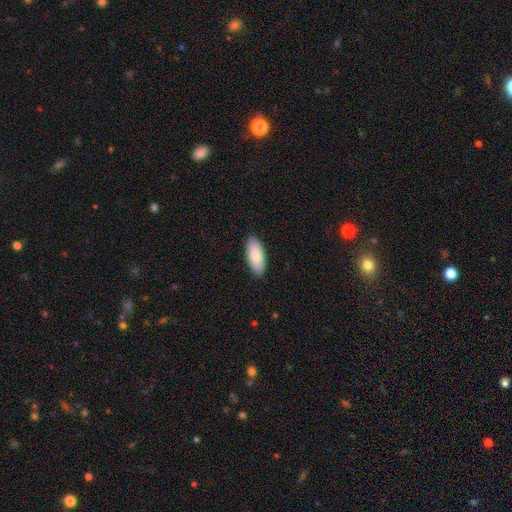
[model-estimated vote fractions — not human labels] Smooth or featured: smooth — 80% (featured or disk — 14%)
How rounded: in between — 90% (cigar-shaped — 8%)
Merging: none — 89% (minor disturbance — 8%)